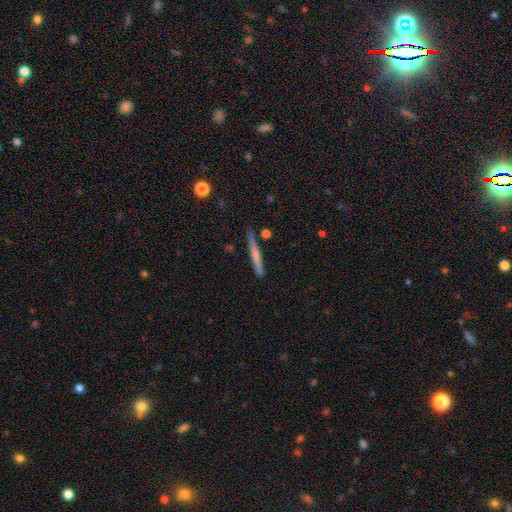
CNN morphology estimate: Smooth or featured? Predicted: smooth (p=0.49). Merging? Predicted: none (p=0.83).